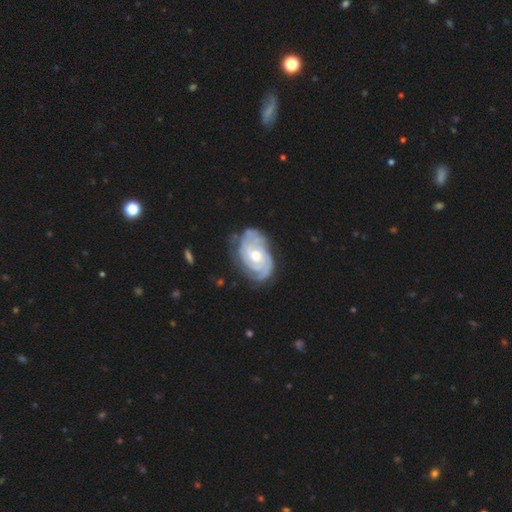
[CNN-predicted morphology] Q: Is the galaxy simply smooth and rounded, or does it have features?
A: featured or disk — 87%.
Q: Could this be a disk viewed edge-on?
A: no — 97%.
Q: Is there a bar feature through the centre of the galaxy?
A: no — 69%.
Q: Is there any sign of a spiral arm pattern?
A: yes — 96%.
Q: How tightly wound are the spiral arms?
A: tight — 71%.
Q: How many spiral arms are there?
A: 2 — 31%.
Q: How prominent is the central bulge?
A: moderate — 68%.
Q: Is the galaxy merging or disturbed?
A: none — 71%.